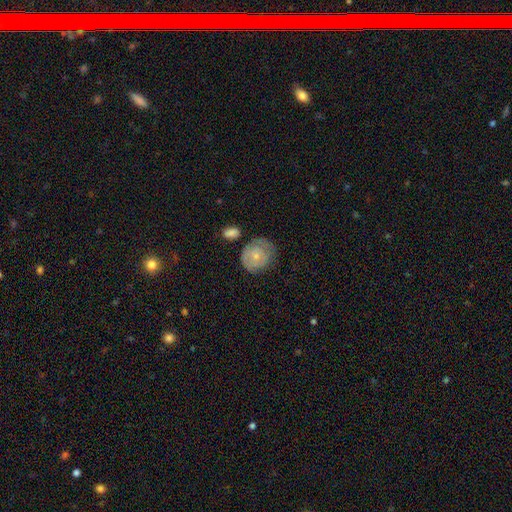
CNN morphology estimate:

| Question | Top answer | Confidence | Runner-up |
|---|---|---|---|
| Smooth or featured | smooth | 62% | featured or disk (32%) |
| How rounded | round | 69% | in between (30%) |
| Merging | none | 53% | minor disturbance (29%) |